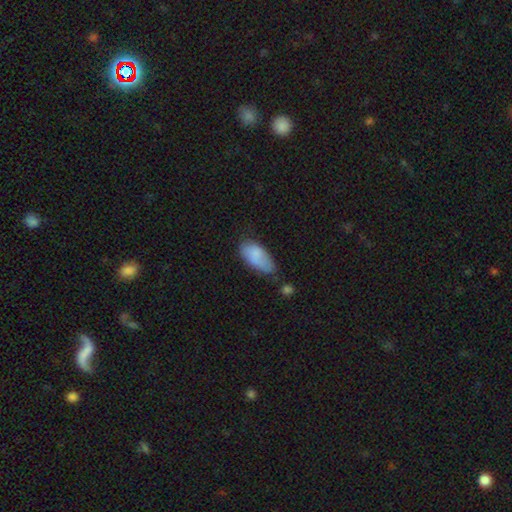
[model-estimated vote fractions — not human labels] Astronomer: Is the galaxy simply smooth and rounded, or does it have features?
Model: smooth — 83%.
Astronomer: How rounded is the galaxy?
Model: in between — 92%.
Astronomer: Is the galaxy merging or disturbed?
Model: none — 48% (runner-up: minor disturbance, 36%).